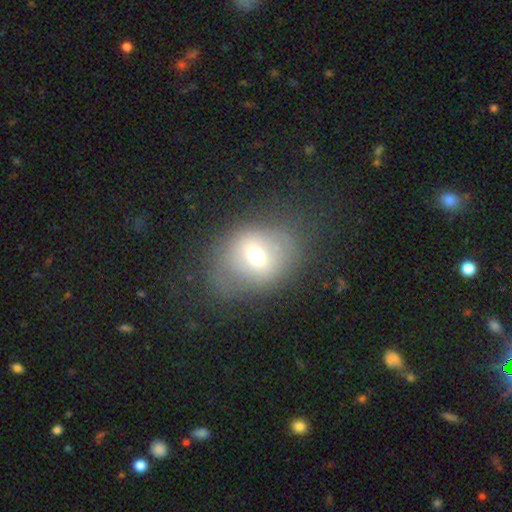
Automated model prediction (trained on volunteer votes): Smooth or featured: smooth — 57% (featured or disk — 30%)
How rounded: in between — 53% (round — 46%)
Merging: none — 58% (minor disturbance — 24%)